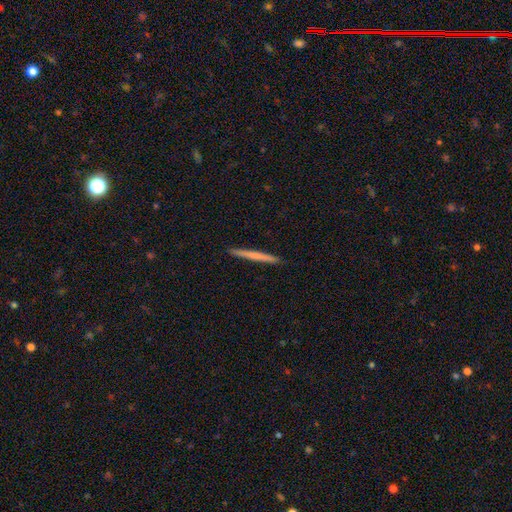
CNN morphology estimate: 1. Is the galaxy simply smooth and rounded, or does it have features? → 60% smooth, 35% featured or disk, 5% star or artifact.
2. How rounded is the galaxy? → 97% cigar-shaped, 2% in between, 1% round.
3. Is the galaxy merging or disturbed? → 93% none, 5% minor disturbance, 1% major disturbance, 1% merger.